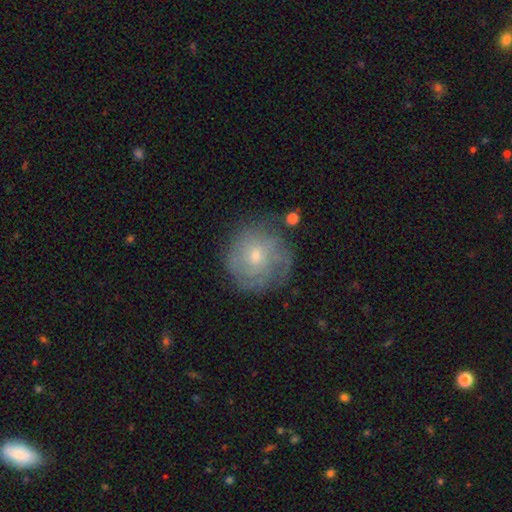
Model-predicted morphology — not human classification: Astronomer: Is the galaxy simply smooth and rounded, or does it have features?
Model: featured or disk — 56% (runner-up: smooth, 36%).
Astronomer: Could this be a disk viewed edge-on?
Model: no — 97%.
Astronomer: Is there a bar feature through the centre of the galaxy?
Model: no — 74%.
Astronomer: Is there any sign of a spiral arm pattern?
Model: yes — 74%.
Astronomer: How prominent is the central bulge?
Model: moderate — 47%, tied with small at 47%.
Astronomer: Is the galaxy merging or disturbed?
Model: none — 72%.